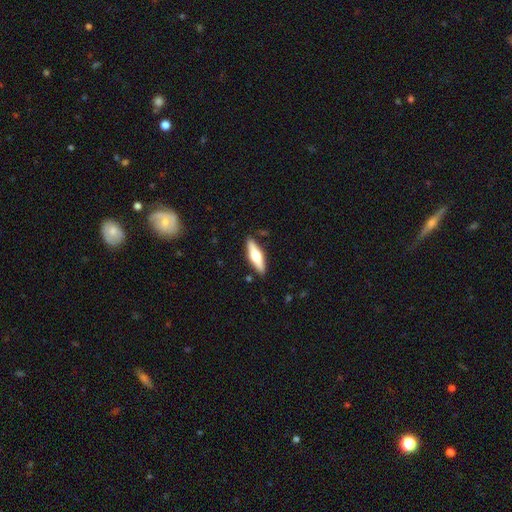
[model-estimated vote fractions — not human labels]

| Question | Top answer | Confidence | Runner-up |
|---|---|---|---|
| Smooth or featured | featured or disk | 50% | smooth (44%) |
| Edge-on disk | yes | 93% | no (7%) |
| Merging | none | 88% | minor disturbance (9%) |